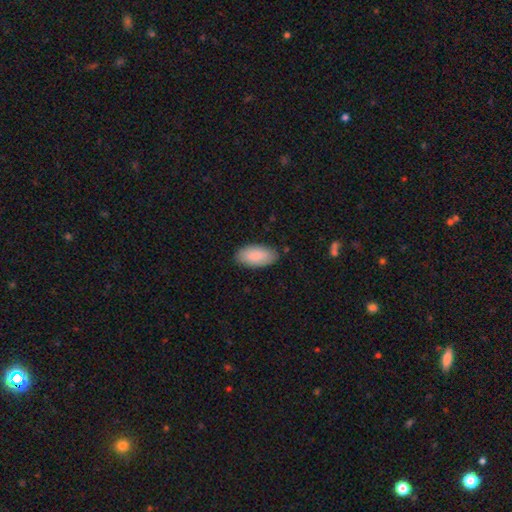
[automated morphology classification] Q: Smooth or featured?
A: smooth (89%); runner-up: featured or disk (6%)
Q: How rounded?
A: in between (94%); runner-up: cigar-shaped (4%)
Q: Merging?
A: none (85%); runner-up: minor disturbance (11%)